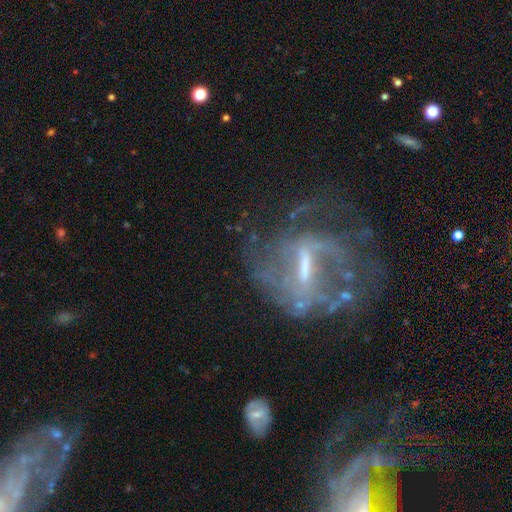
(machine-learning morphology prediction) A featured or disk galaxy (80%) with a strong bar (43%), medium (40%) spiral arms (78%) and a small central bulge (46%). Merging: none (48%).